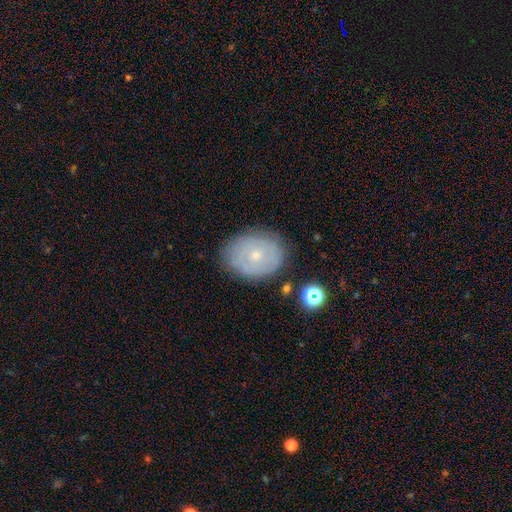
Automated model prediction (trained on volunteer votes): Smooth or featured? Predicted: featured or disk (p=0.47). Merging? Predicted: none (p=0.78).